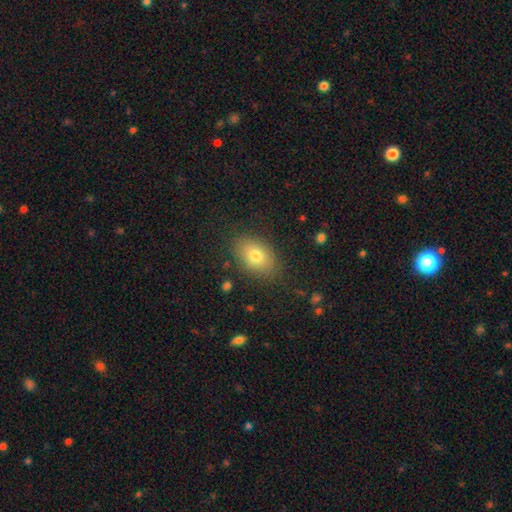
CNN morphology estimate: type=smooth (77%); roundness=in between (85%); merging=none (83%).